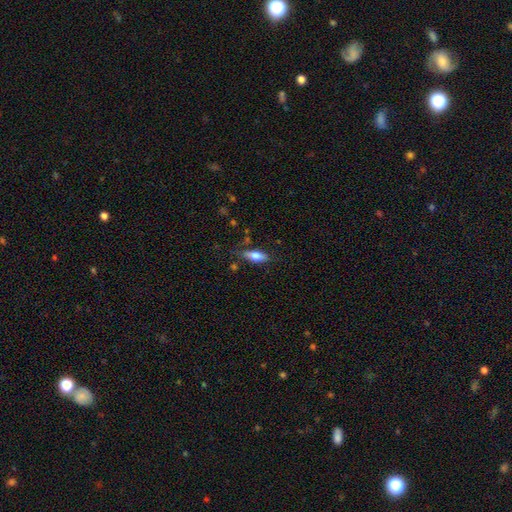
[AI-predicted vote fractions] Overall: smooth (72%). How rounded: in between (68%; cigar-shaped 30%). Merging: none (73%).